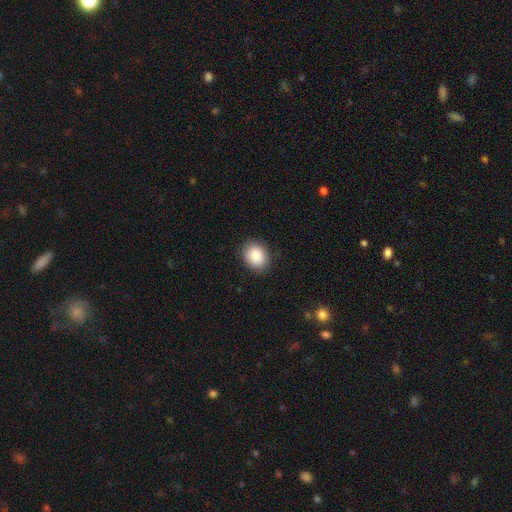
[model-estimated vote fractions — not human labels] Smooth or featured: smooth — 89% (star or artifact — 8%)
How rounded: in between — 50% (round — 49%)
Merging: none — 89% (minor disturbance — 8%)